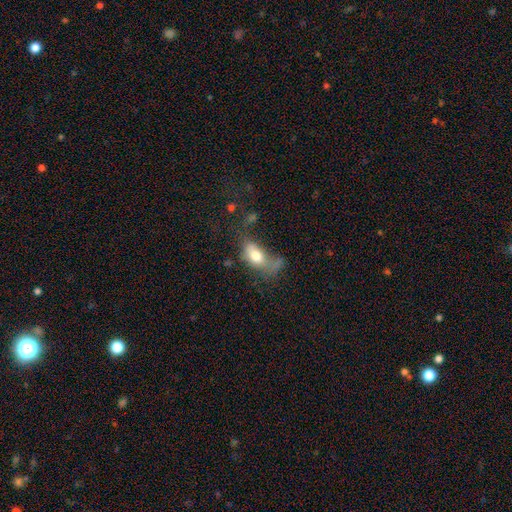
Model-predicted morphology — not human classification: type=smooth (72%); roundness=in between (85%); merging=major disturbance (41%).